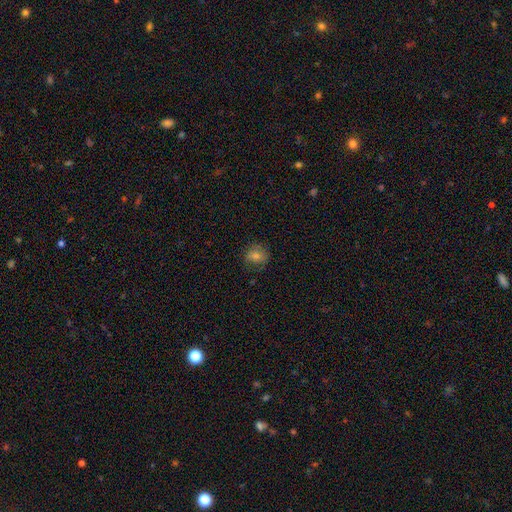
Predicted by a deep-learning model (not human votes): Smooth or featured: smooth — 65% (featured or disk — 19%)
How rounded: round — 81% (in between — 18%)
Merging: none — 78% (minor disturbance — 16%)